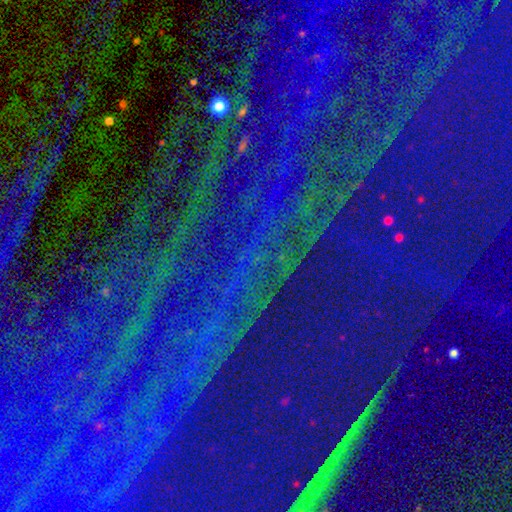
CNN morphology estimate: Smooth or featured: star or artifact — 87% (featured or disk — 7%)